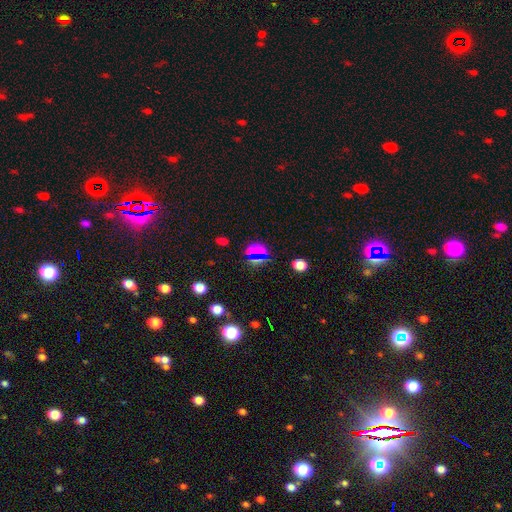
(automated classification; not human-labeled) Morphology: type=smooth (47%); merging=none (78%).